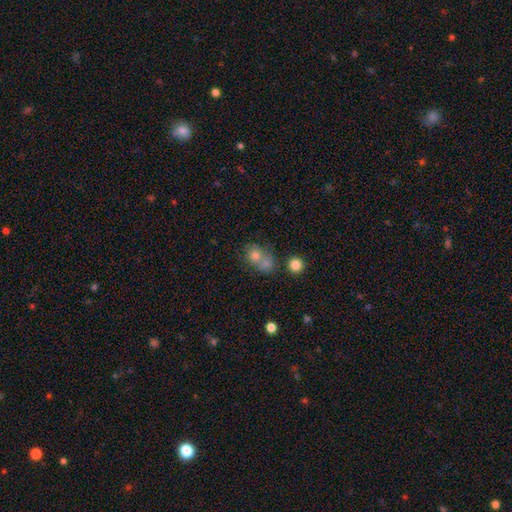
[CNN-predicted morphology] Smooth or featured?
  - smooth: 70% *
  - star or artifact: 15%
  - featured or disk: 14%
How rounded?
  - round: 71% *
  - in between: 27%
  - cigar-shaped: 1%
Merging?
  - merger: 52% *
  - none: 35%
  - minor disturbance: 8%
  - major disturbance: 4%